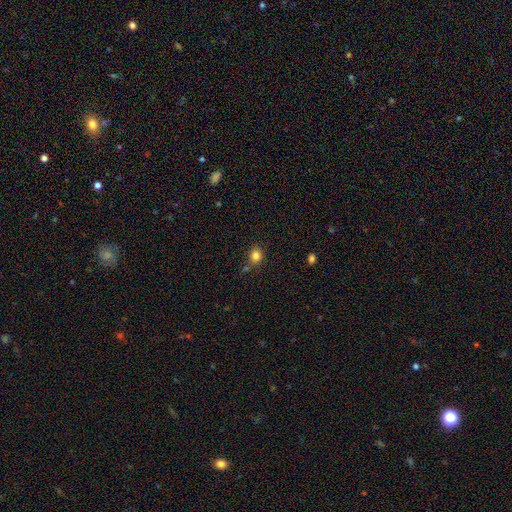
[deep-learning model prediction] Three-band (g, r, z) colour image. It shows a smooth galaxy with no disk features (82%) that is round (72%). Merging: none (72%).